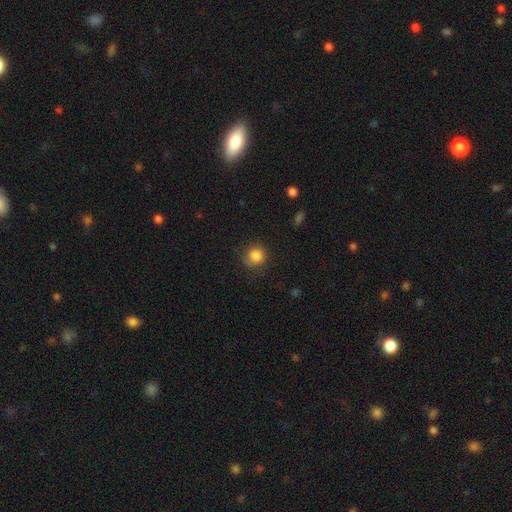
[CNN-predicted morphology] Smooth or featured? Predicted: smooth (p=0.85). How rounded? Predicted: round (p=0.90). Merging? Predicted: none (p=0.74).